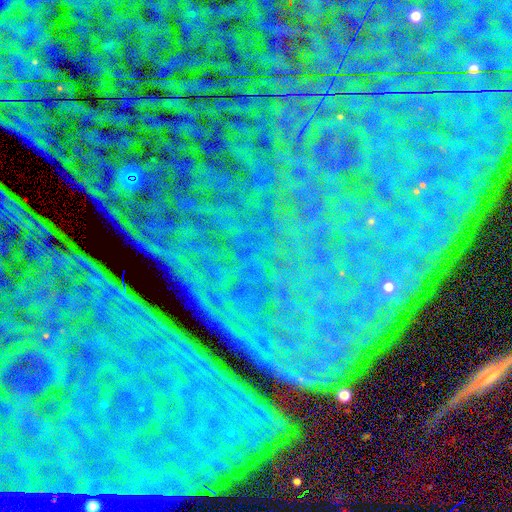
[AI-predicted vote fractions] Q: Smooth or featured?
A: star or artifact (87%); runner-up: featured or disk (7%)